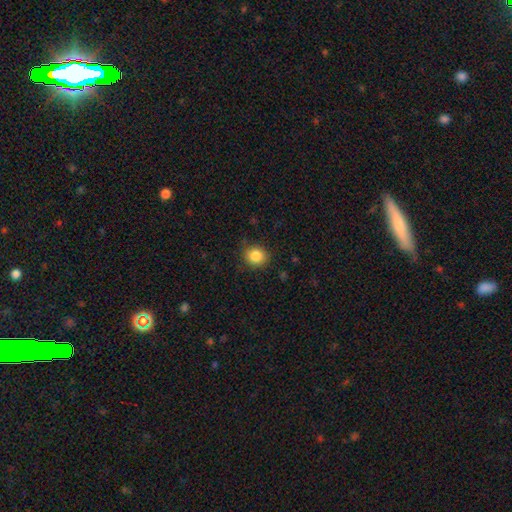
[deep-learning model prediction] Overall: smooth (85%). How rounded: round (84%). Merging: none (84%).